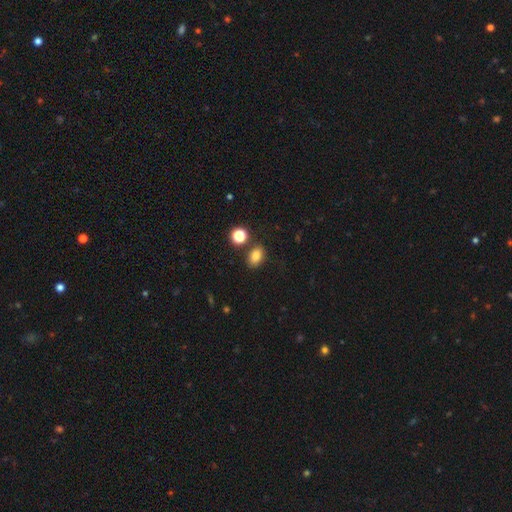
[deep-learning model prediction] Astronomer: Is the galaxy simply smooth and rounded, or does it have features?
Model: smooth — 82%.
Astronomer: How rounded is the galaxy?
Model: in between — 75%.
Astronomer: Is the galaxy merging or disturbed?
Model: none — 78%.